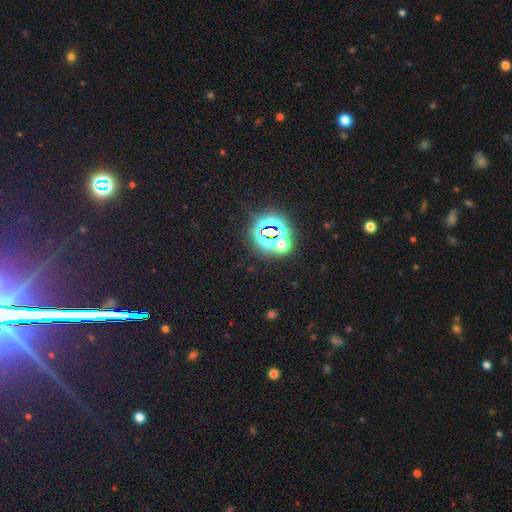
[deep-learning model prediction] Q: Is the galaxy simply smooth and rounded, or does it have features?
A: star or artifact — 77%.